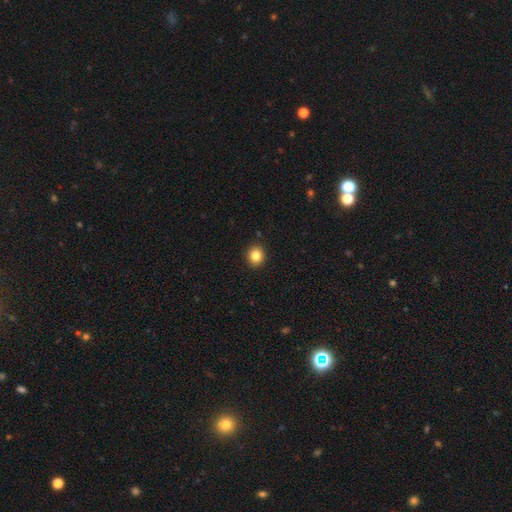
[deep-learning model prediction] smooth-or-featured: smooth: 84% | star or artifact: 10% | featured or disk: 6%
  how-rounded: round: 78% | in between: 21% | cigar-shaped: 1%
  merging: none: 91% | minor disturbance: 6% | major disturbance: 2% | merger: 1%